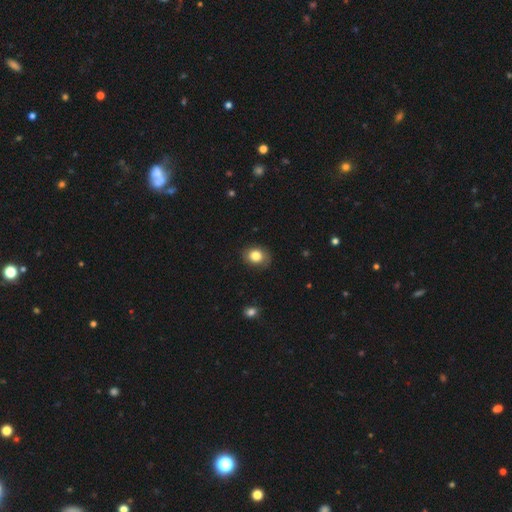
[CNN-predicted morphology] Smooth or featured: smooth — 82% (star or artifact — 9%)
How rounded: round — 55% (in between — 44%)
Merging: none — 81% (minor disturbance — 15%)